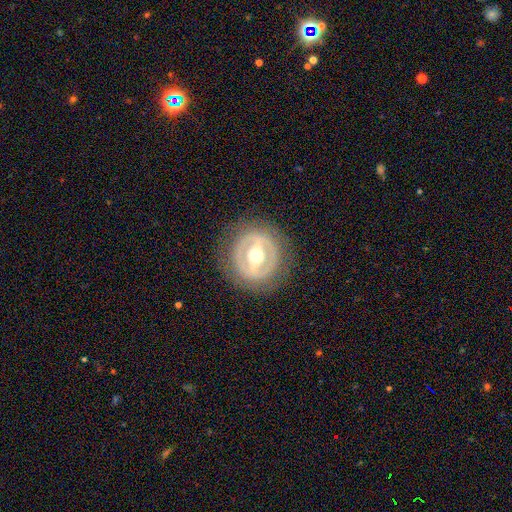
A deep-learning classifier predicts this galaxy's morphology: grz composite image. It shows a featured or disk galaxy (72%) with a strong bar (60%), no spiral arms (82%) and a moderate central bulge (74%). Merging: none (83%).